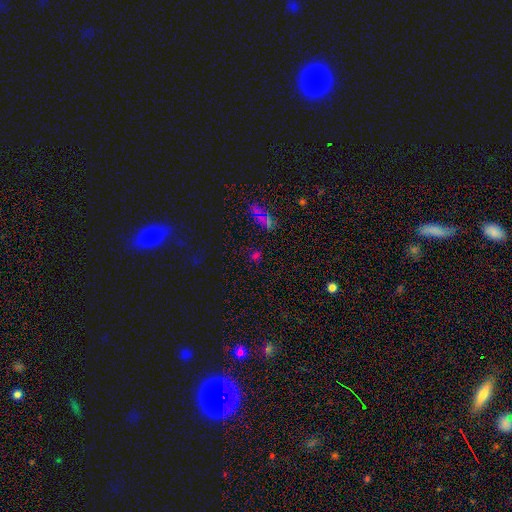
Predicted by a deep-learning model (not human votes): Overall: star or artifact (50%; smooth 43%).